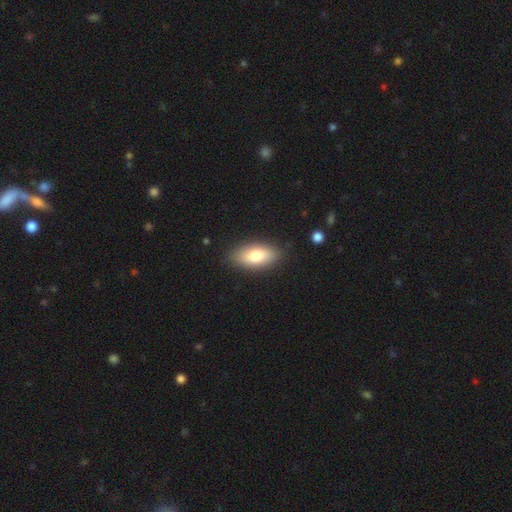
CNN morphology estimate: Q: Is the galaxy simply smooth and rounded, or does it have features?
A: smooth — 77%.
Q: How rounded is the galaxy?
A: in between — 87%.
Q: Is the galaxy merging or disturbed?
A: none — 86%.